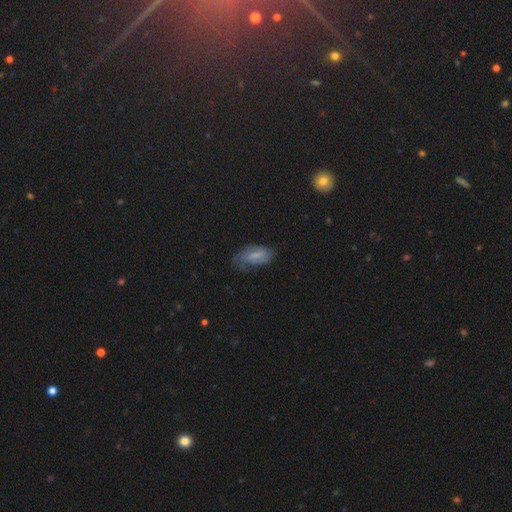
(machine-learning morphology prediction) The model was most divided on "smooth or featured": smooth: 49%, featured or disk: 40%, star or artifact: 11%. Remaining: merging — none (48%).